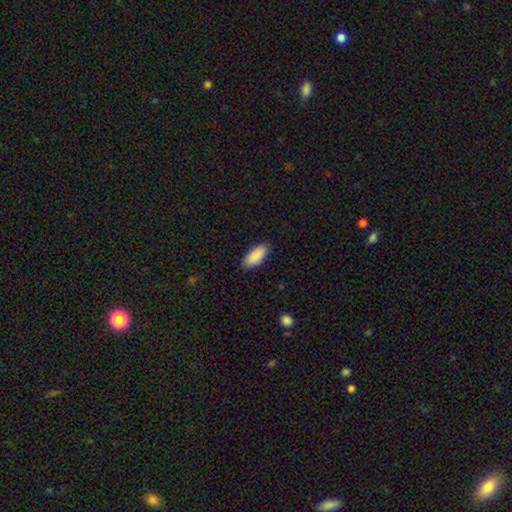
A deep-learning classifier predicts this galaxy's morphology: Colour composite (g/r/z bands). It shows a smooth galaxy with no disk features (91%) that is in between round and cigar-shaped (84%). Merging: none (88%).